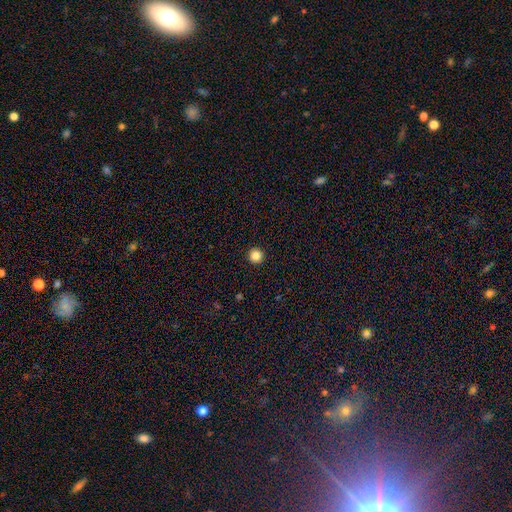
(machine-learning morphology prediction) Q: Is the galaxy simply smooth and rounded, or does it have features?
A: smooth — 85%.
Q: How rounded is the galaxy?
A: round — 96%.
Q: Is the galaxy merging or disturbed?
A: none — 94%.